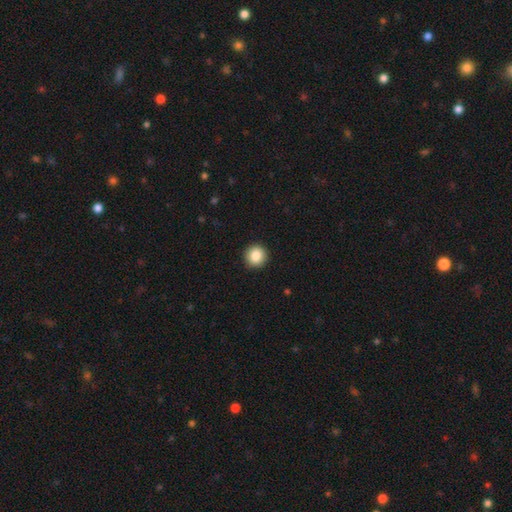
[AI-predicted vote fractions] A smooth galaxy with no disk features (87%) that is round (94%).

Vote fractions:
- Smooth or featured? smooth: 87% / star or artifact: 9% / featured or disk: 5%
- How rounded? round: 94% / in between: 5% / cigar-shaped: 1%
- Merging? none: 93% / minor disturbance: 5% / major disturbance: 2% / merger: 1%